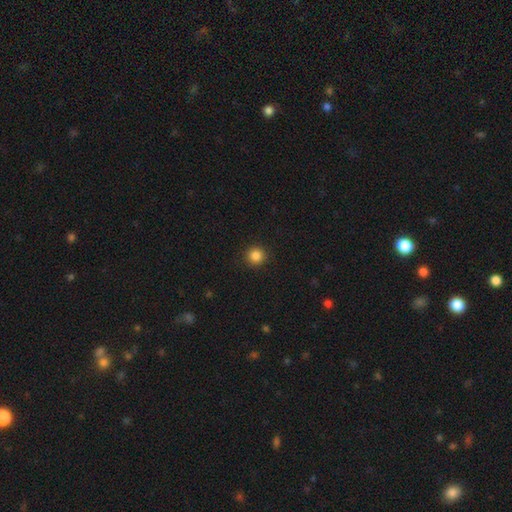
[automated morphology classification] Smooth or featured? Predicted: smooth (p=0.85). How rounded? Predicted: round (p=0.95). Merging? Predicted: none (p=0.92).